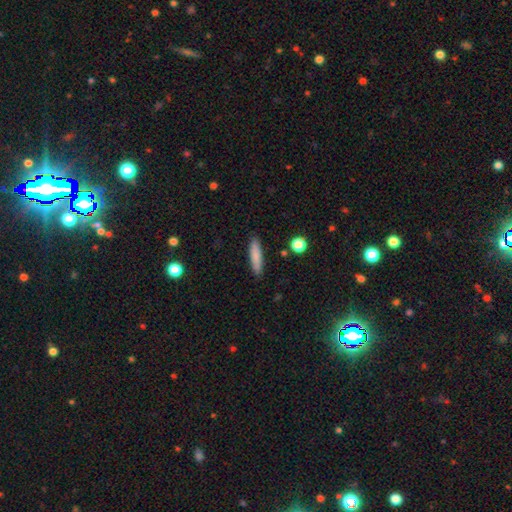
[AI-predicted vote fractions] This is clearly a smooth galaxy (82%). How rounded: clearly cigar-shaped (81%). Merging: clearly none (88%).